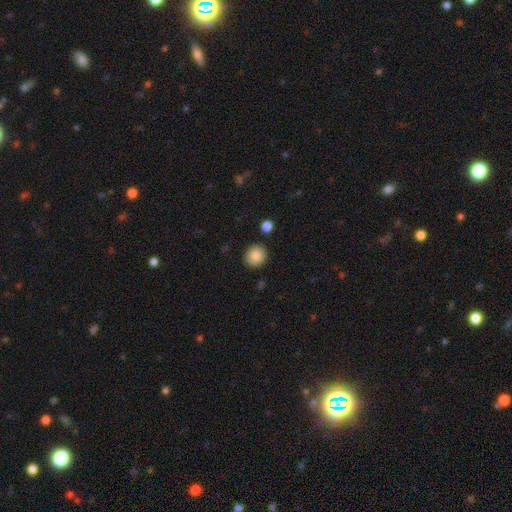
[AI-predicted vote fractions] Overall: smooth (87%). How rounded: round (89%). Merging: none (90%).